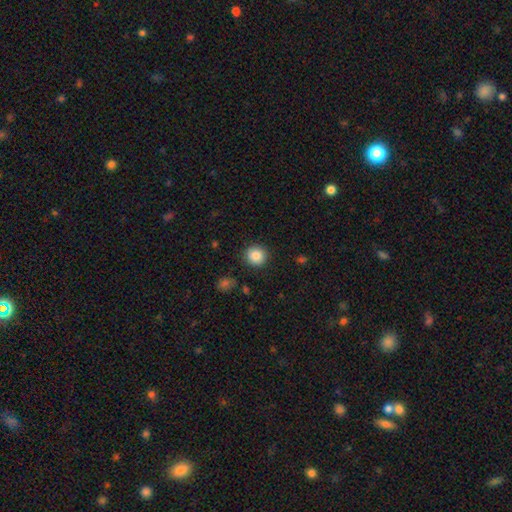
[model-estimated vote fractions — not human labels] smooth_or_featured: smooth (p=0.86) [alt: star or artifact p=0.09]
how_rounded: round (p=0.90) [alt: in between p=0.09]
merging: none (p=0.90) [alt: minor disturbance p=0.07]